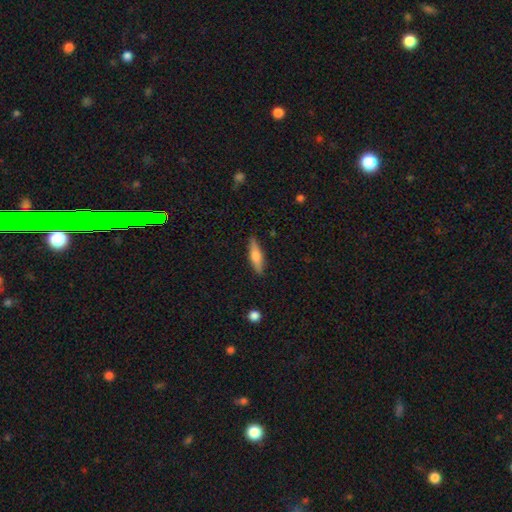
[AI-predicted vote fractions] smooth_or_featured: smooth (p=0.55) [alt: featured or disk p=0.39]
how_rounded: cigar-shaped (p=0.69) [alt: in between p=0.28]
merging: none (p=0.87) [alt: minor disturbance p=0.09]